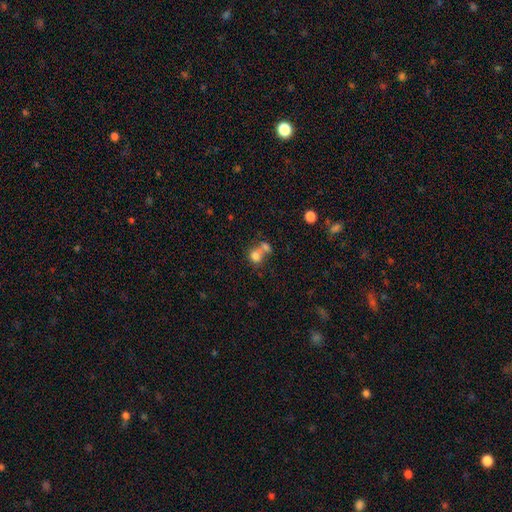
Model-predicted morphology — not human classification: A smooth galaxy with no disk features (75%) that is round (70%).

Vote fractions:
- Smooth or featured? smooth: 75% / featured or disk: 13% / star or artifact: 12%
- How rounded? round: 70% / in between: 29% / cigar-shaped: 1%
- Merging? merger: 56% / none: 31% / minor disturbance: 8% / major disturbance: 5%